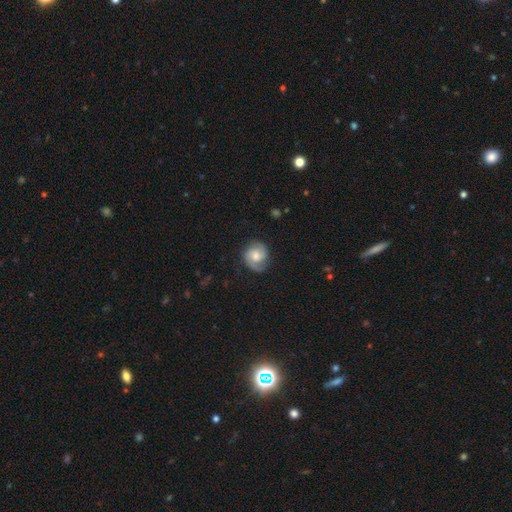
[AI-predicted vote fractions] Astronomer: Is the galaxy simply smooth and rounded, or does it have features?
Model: featured or disk — 66%.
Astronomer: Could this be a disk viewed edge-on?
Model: no — 98%.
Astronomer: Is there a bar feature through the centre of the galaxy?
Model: no — 60%.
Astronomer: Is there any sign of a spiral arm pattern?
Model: yes — 94%.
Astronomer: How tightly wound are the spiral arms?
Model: medium — 43% (runner-up: tight, 42%).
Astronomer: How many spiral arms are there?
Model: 2 — 84%.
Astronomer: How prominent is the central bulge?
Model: moderate — 55%.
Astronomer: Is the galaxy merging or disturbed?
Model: none — 77%.